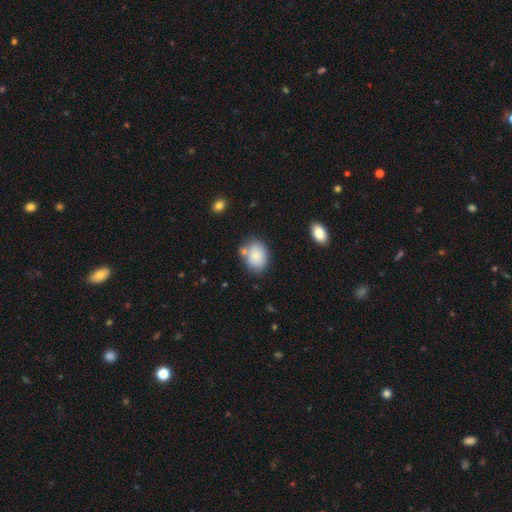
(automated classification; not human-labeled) A smooth galaxy with no disk features (83%) that is in between round and cigar-shaped (72%). Merging: none (66%).